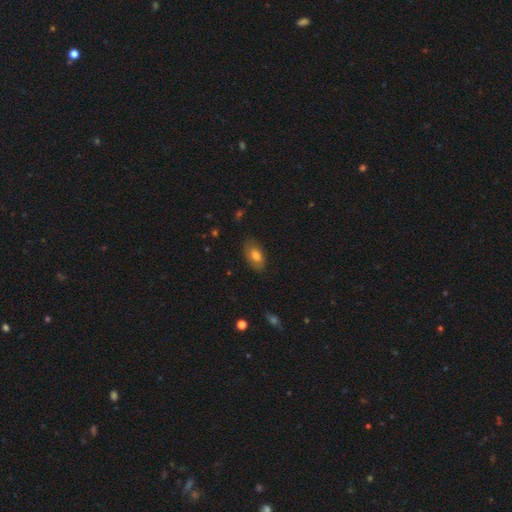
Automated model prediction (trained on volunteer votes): A smooth galaxy with no disk features (72%) that is in between round and cigar-shaped (92%).

Vote fractions:
- Smooth or featured? smooth: 72% / featured or disk: 20% / star or artifact: 8%
- How rounded? in between: 92% / round: 6% / cigar-shaped: 3%
- Merging? none: 81% / minor disturbance: 15% / major disturbance: 3% / merger: 1%